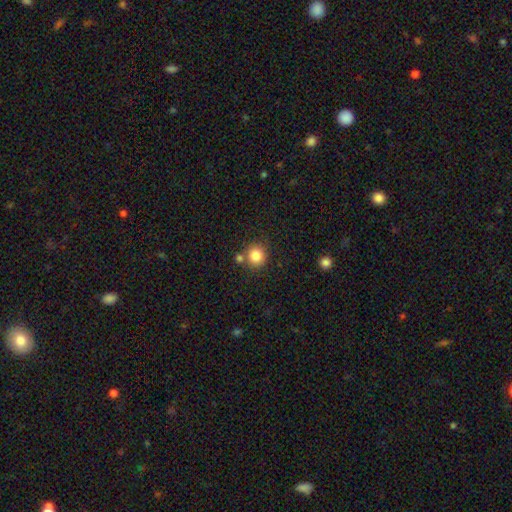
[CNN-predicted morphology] smooth_or_featured: smooth (p=0.84) [alt: star or artifact p=0.11]
how_rounded: round (p=0.89) [alt: in between p=0.10]
merging: none (p=0.73) [alt: merger p=0.14]